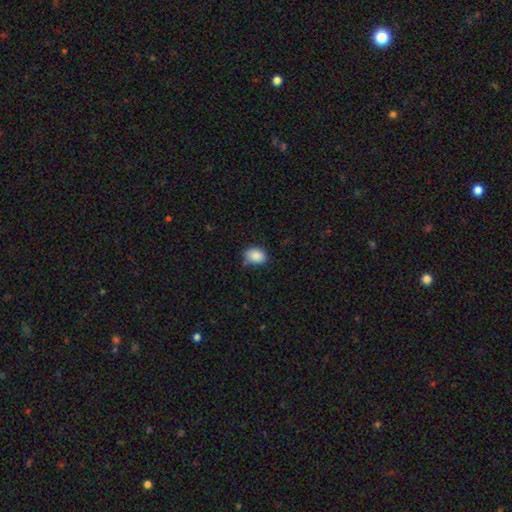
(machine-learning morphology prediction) smooth 88%, star or artifact 8%, featured or disk 4%. Down the decision tree: how rounded — in between (67%); merging — none (76%).